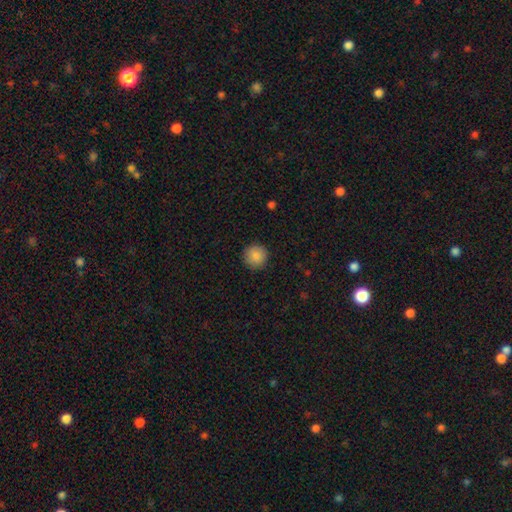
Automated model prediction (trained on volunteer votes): Morphology: type=smooth (88%); roundness=round (95%); merging=none (91%).